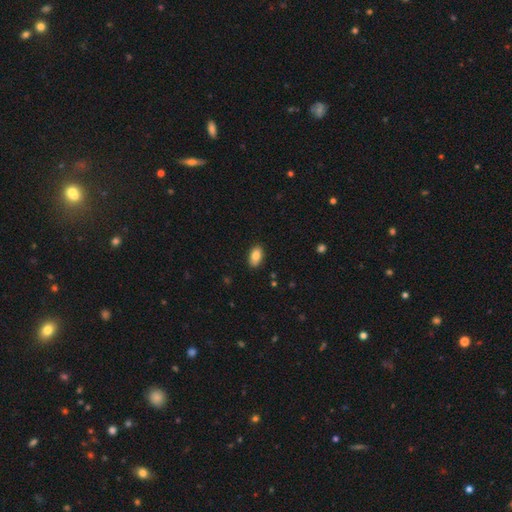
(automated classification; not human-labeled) Q: Smooth or featured?
A: smooth (85%); runner-up: star or artifact (7%)
Q: How rounded?
A: in between (92%); runner-up: round (6%)
Q: Merging?
A: none (88%); runner-up: minor disturbance (9%)